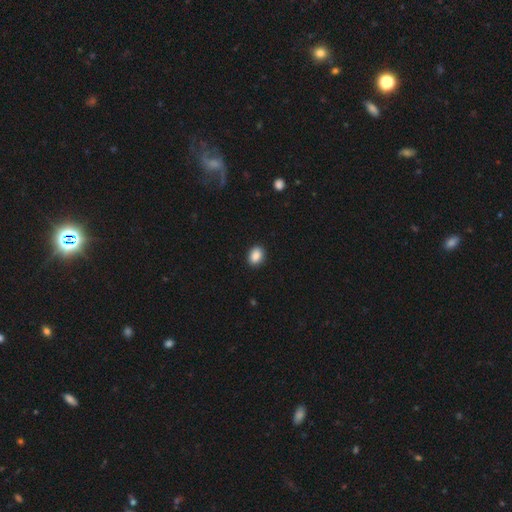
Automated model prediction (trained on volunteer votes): smooth_or_featured: smooth (p=0.89) [alt: star or artifact p=0.08]
how_rounded: in between (p=0.67) [alt: round p=0.31]
merging: none (p=0.91) [alt: minor disturbance p=0.07]